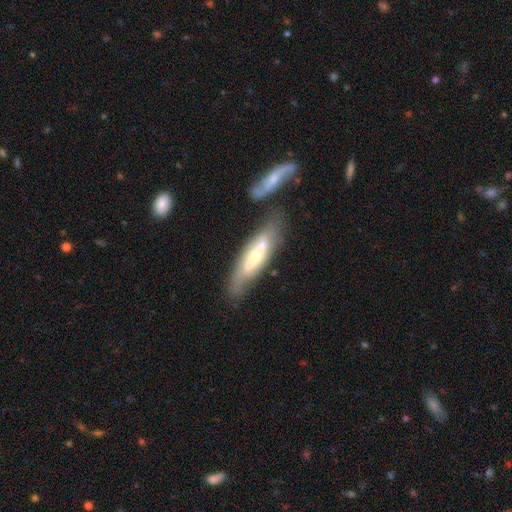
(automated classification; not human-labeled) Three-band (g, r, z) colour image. It shows a featured or disk galaxy (58%). Merging: none (56%).